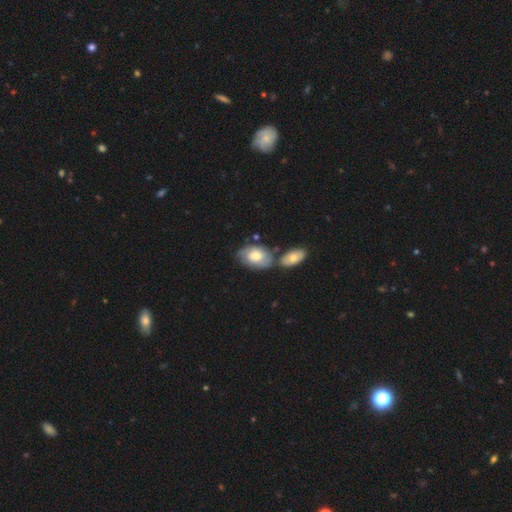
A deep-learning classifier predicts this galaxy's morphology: The model was most divided on "smooth or featured": smooth: 54%, featured or disk: 40%, star or artifact: 6%. Remaining: how rounded — in between (87%); merging — none (48%).